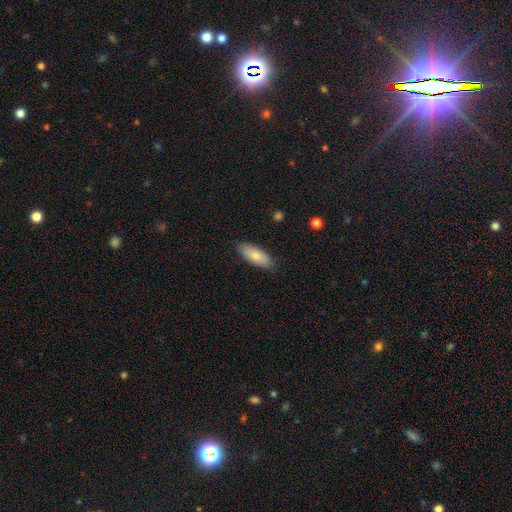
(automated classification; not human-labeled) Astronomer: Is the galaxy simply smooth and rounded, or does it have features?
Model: smooth — 80%.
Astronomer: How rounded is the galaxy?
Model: in between — 78%.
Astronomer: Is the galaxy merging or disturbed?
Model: none — 85%.